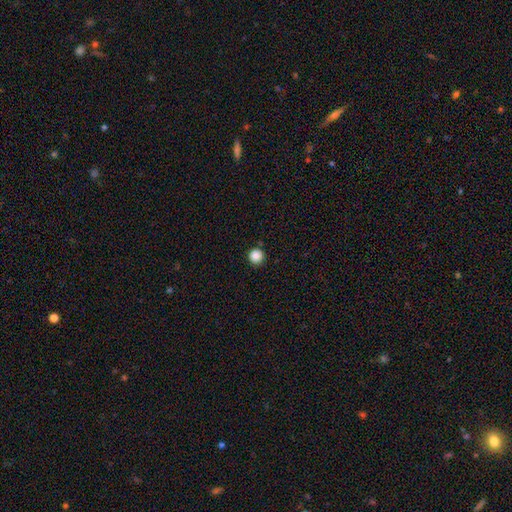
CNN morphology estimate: Smooth or featured? Predicted: smooth (p=0.86). How rounded? Predicted: round (p=0.96). Merging? Predicted: none (p=0.91).